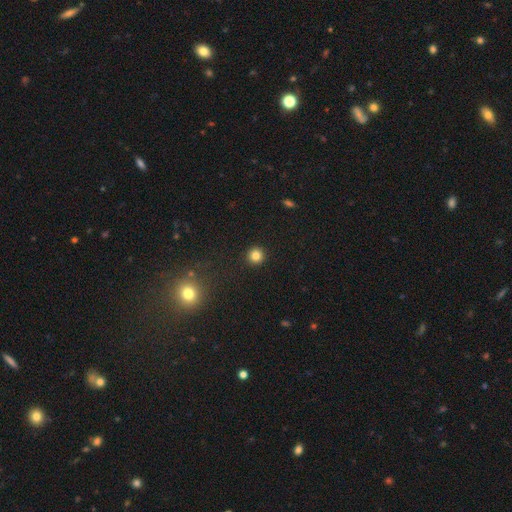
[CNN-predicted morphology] A smooth galaxy with no disk features (82%) that is round (95%). Merging: none (93%).